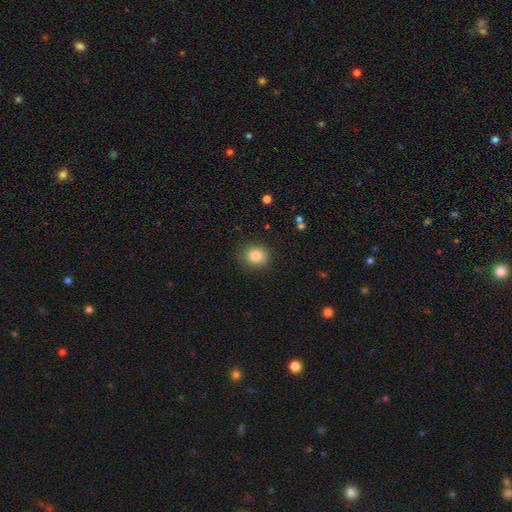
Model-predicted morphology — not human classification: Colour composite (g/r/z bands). It shows a smooth galaxy with no disk features (83%) that is round (81%). Merging: none (85%).